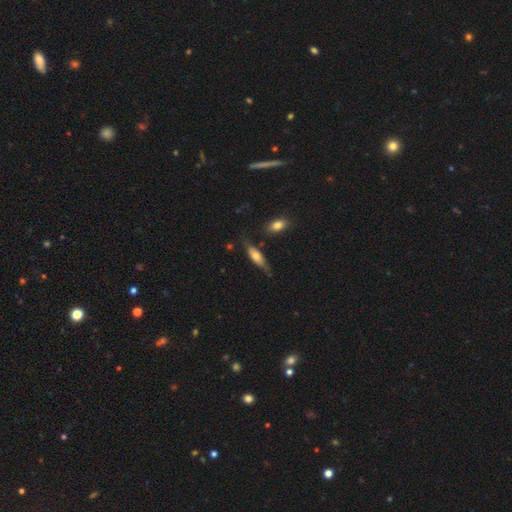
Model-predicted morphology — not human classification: Smooth or featured? Predicted: smooth (p=0.59). How rounded? Predicted: in between (p=0.50). Merging? Predicted: none (p=0.63).